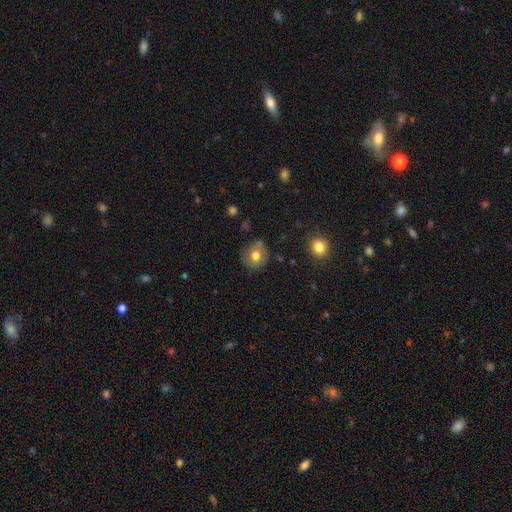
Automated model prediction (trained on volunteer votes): Smooth or featured? Predicted: smooth (p=0.69). How rounded? Predicted: round (p=0.81). Merging? Predicted: none (p=0.75).